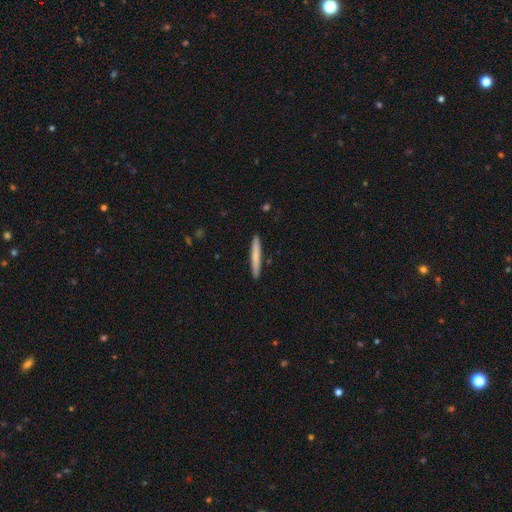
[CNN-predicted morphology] Overall: smooth (73%). How rounded: cigar-shaped (96%). Merging: none (91%).